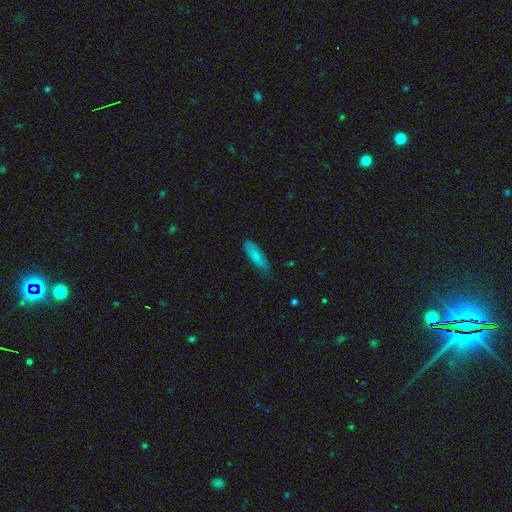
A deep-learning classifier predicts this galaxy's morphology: smooth-or-featured: smooth: 81% | featured or disk: 12% | star or artifact: 6%
  how-rounded: cigar-shaped: 54% | in between: 44% | round: 2%
  merging: none: 72% | minor disturbance: 23% | major disturbance: 4% | merger: 1%